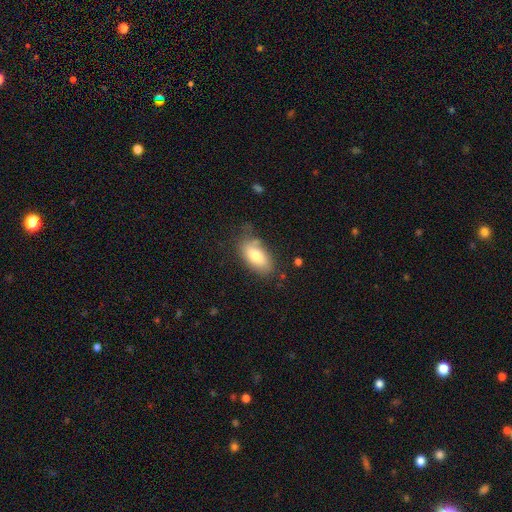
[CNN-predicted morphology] This appears to be a smooth galaxy with no disk features (75%) that is in between round and cigar-shaped (92%). Merging: none (66%).